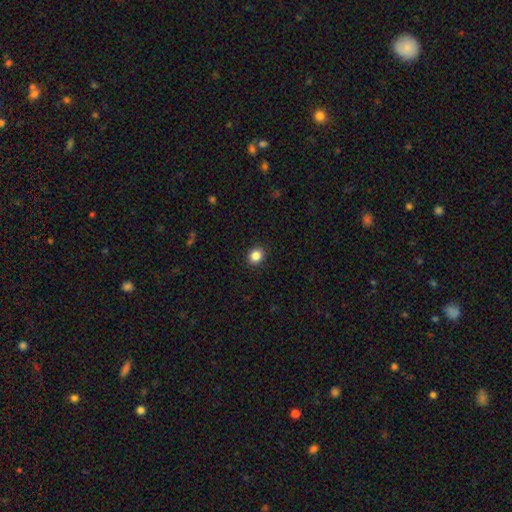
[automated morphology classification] This is clearly a smooth galaxy (85%). How rounded: likely round (72%). Merging: clearly none (92%).